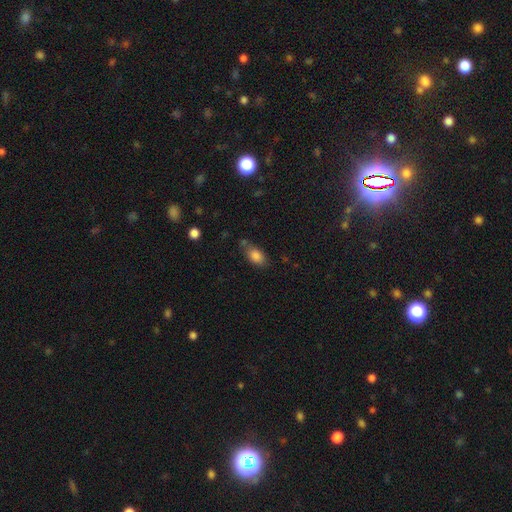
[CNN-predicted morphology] smooth 84%, star or artifact 9%, featured or disk 7%. Down the decision tree: how rounded — in between (87%); merging — none (63%).